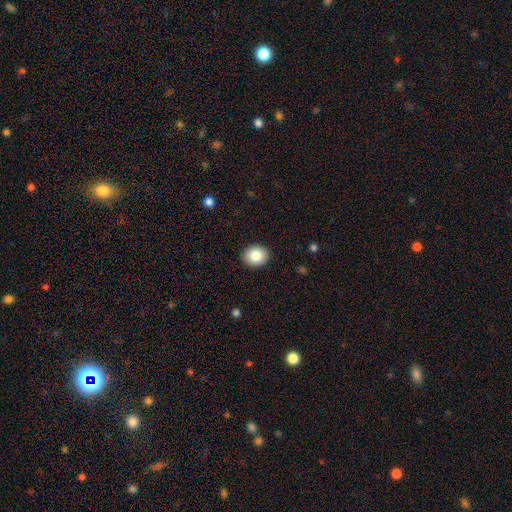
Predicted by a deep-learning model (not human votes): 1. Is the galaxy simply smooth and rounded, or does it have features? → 84% smooth, 8% star or artifact, 8% featured or disk.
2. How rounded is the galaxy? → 62% round, 37% in between, 1% cigar-shaped.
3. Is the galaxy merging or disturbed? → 91% none, 7% minor disturbance, 2% major disturbance, 1% merger.